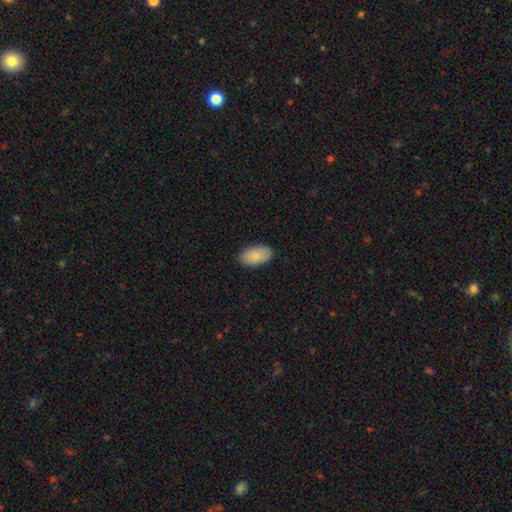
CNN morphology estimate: This appears to be a smooth galaxy with no disk features (87%) that is in between round and cigar-shaped (95%). Merging: none (88%).